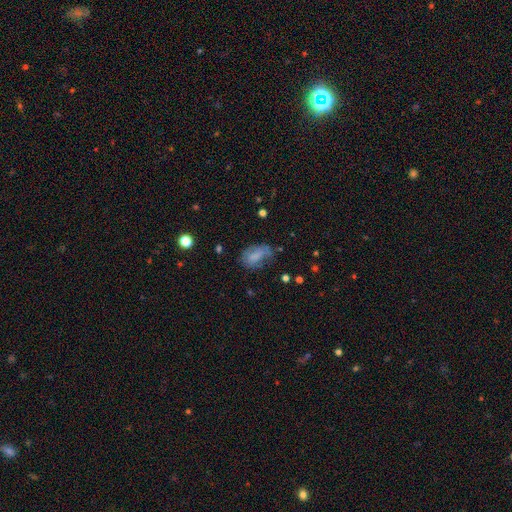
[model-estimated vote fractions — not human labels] This is likely a smooth galaxy (68%). How rounded: clearly in between (85%). Merging: marginally none (41%).